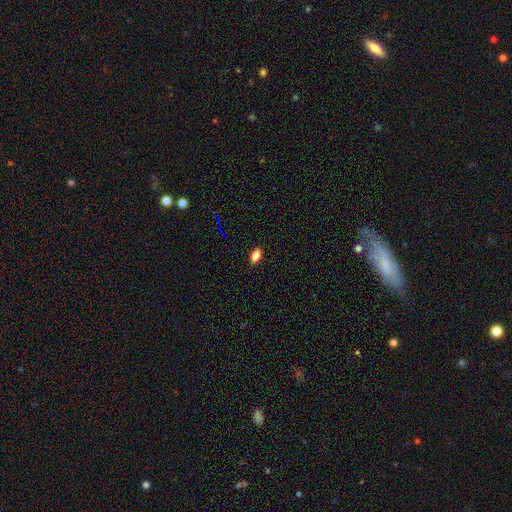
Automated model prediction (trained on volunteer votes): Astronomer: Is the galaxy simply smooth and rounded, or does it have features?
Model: smooth — 82%.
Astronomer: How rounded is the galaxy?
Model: in between — 88%.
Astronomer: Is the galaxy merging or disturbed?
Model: none — 88%.